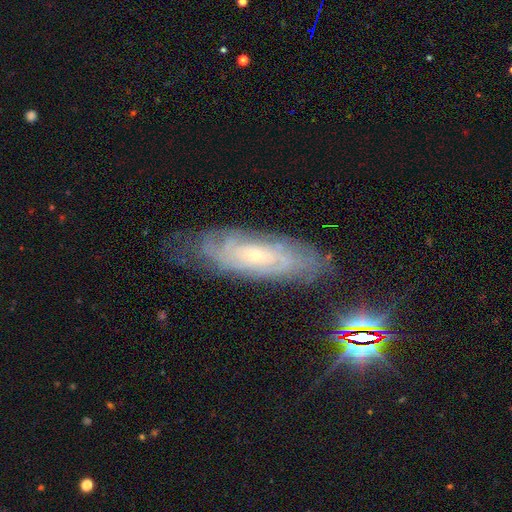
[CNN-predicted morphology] Smooth or featured? Predicted: featured or disk (p=0.78). Edge-on disk? Predicted: no (p=0.86). Bar? Predicted: no (p=0.68). Spiral arms? Predicted: yes (p=0.94). Spiral winding? Predicted: tight (p=0.76). Spiral arm count? Predicted: can't tell (p=0.56). Bulge size? Predicted: small (p=0.76). Merging? Predicted: none (p=0.73).